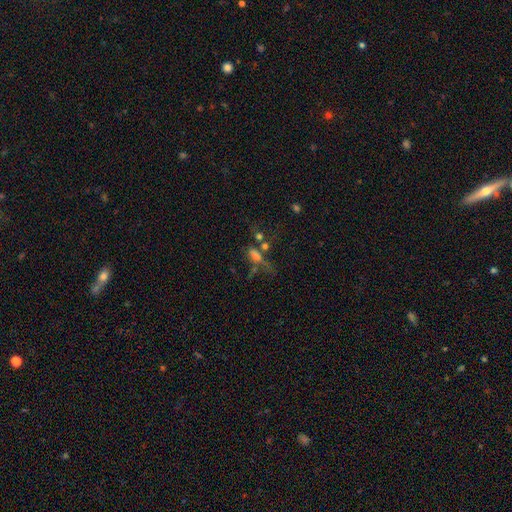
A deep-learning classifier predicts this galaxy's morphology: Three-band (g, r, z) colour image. It shows a smooth galaxy with no disk features (37%). Merging: none (32%).